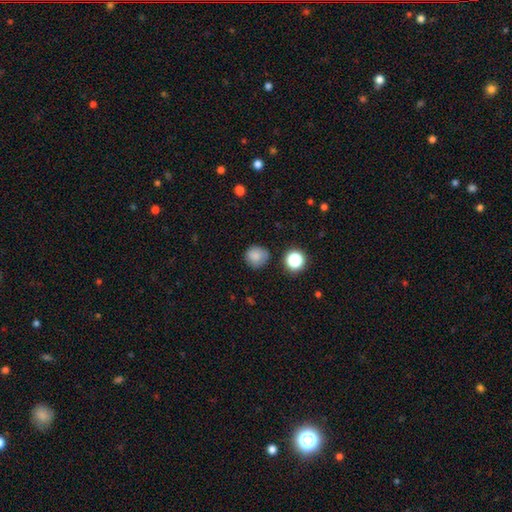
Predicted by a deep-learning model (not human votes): A smooth galaxy with no disk features (82%) that is round (91%).

Vote fractions:
- Smooth or featured? smooth: 82% / star or artifact: 12% / featured or disk: 6%
- How rounded? round: 91% / in between: 8% / cigar-shaped: 1%
- Merging? none: 81% / minor disturbance: 13% / major disturbance: 4% / merger: 3%